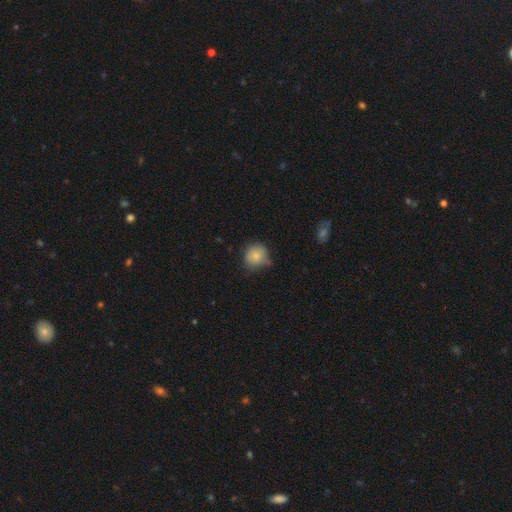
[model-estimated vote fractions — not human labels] smooth-or-featured: smooth: 83% | star or artifact: 10% | featured or disk: 8%
  how-rounded: round: 89% | in between: 10% | cigar-shaped: 1%
  merging: none: 66% | minor disturbance: 25% | major disturbance: 5% | merger: 4%